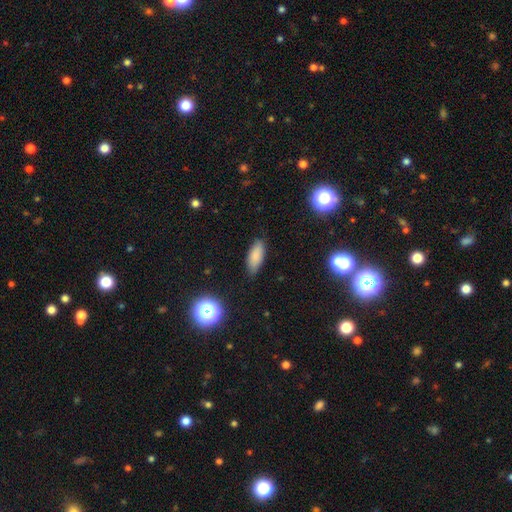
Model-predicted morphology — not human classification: smooth 84%, star or artifact 9%, featured or disk 7%. Down the decision tree: how rounded — in between (80%); merging — none (80%).